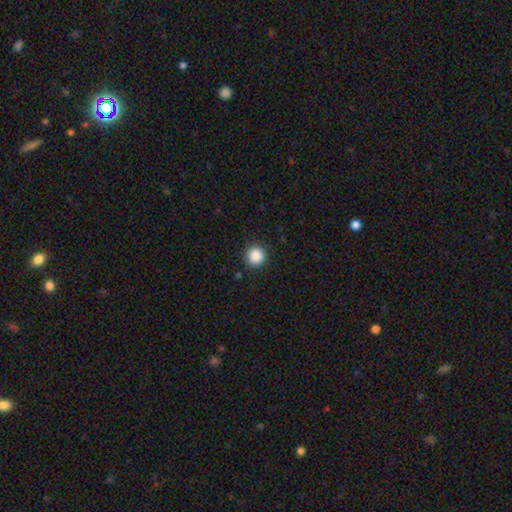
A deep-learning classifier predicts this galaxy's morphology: The model was most divided on "smooth or featured": smooth: 88%, star or artifact: 9%, featured or disk: 3%. More confident: how rounded — round (94%); merging — none (91%).